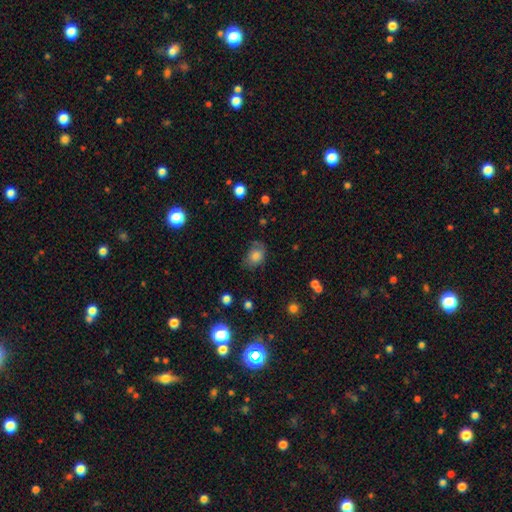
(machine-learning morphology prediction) A smooth galaxy with no disk features (76%) that is in between round and cigar-shaped (64%).

Vote fractions:
- Smooth or featured? smooth: 76% / featured or disk: 14% / star or artifact: 10%
- How rounded? in between: 64% / round: 35% / cigar-shaped: 1%
- Merging? none: 61% / minor disturbance: 27% / major disturbance: 10% / merger: 2%